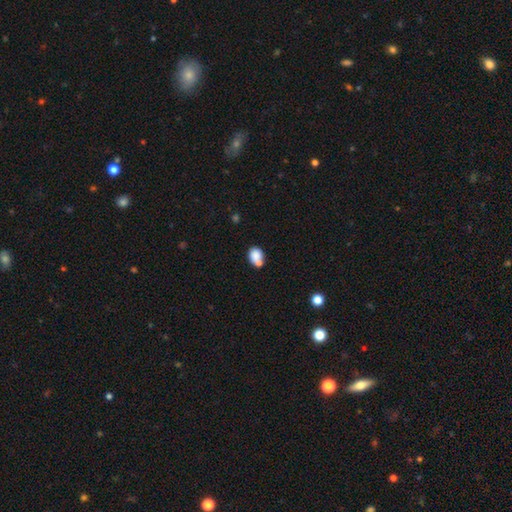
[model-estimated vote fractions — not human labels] This is clearly a smooth galaxy (82%). How rounded: possibly in between (53%). Merging: marginally none (45%).